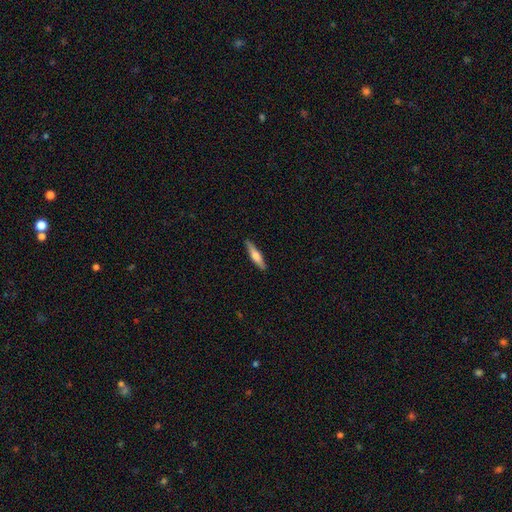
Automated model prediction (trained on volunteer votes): smooth-or-featured: smooth: 60% | featured or disk: 35% | star or artifact: 5%
  how-rounded: cigar-shaped: 82% | in between: 17% | round: 2%
  merging: none: 89% | minor disturbance: 8% | major disturbance: 2% | merger: 1%